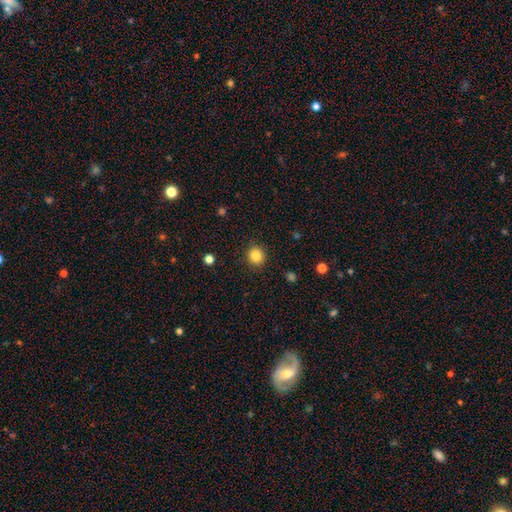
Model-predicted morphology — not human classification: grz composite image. It shows a smooth galaxy with no disk features (85%) that is round (85%). Merging: none (90%).